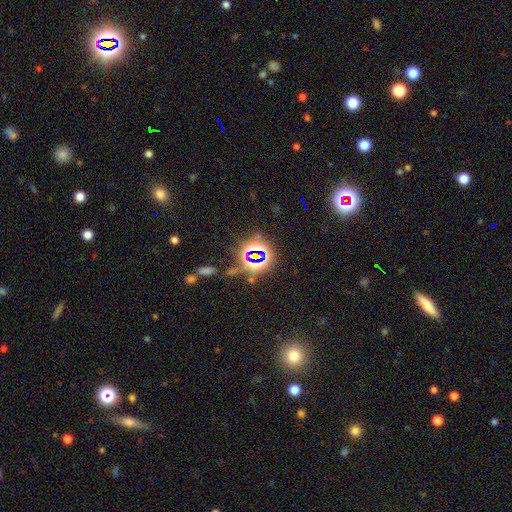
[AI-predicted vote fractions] This is likely a star or artifact rather than a galaxy (76%).